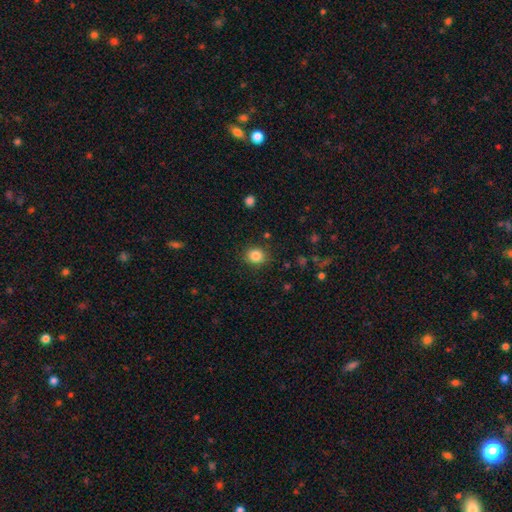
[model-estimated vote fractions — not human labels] A smooth galaxy with no disk features (85%) that is round (74%).

Vote fractions:
- Smooth or featured? smooth: 85% / star or artifact: 10% / featured or disk: 5%
- How rounded? round: 74% / in between: 25% / cigar-shaped: 1%
- Merging? none: 87% / minor disturbance: 9% / major disturbance: 3% / merger: 2%